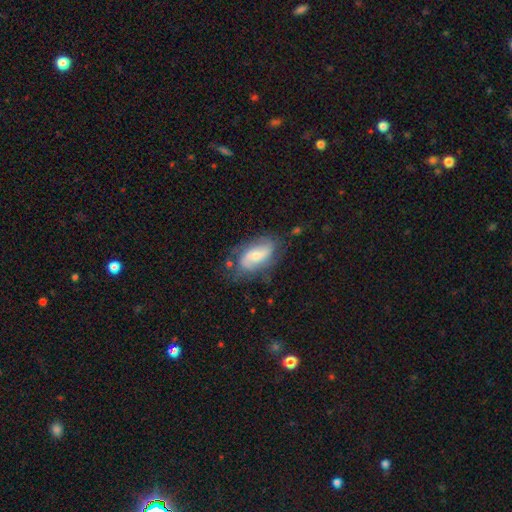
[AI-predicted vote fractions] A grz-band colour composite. It shows a featured or disk galaxy (64%) with no bar (49%), 2 (70%) medium (42%) spiral arms (89%) and a small central bulge (49%). Merging: none (65%).